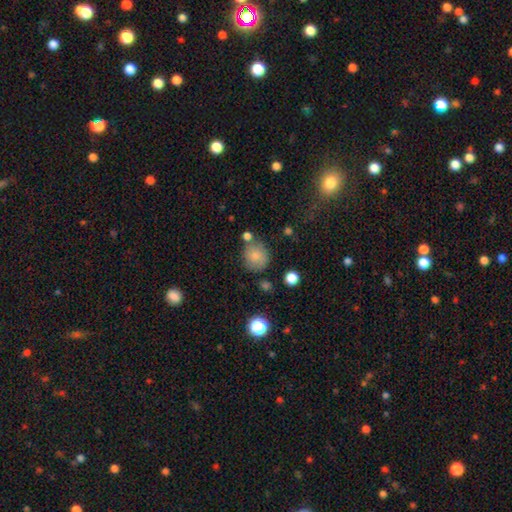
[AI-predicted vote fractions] Smooth or featured: smooth — 80% (star or artifact — 11%)
How rounded: round — 83% (in between — 16%)
Merging: none — 69% (minor disturbance — 16%)